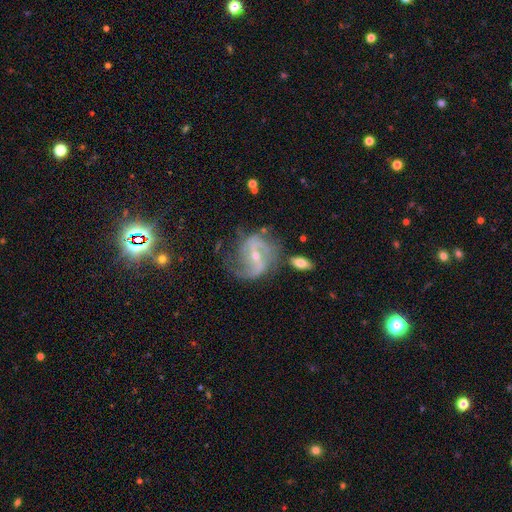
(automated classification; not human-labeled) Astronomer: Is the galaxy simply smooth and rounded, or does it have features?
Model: featured or disk — 85%.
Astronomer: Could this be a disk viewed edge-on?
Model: no — 97%.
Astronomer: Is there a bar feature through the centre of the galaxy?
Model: weak — 42% (runner-up: strong, 36%).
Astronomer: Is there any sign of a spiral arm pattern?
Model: yes — 94%.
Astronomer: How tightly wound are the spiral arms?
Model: medium — 43% (runner-up: loose, 40%).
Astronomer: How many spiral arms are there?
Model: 2 — 69%.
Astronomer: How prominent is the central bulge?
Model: small — 65%.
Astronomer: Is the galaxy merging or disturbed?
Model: none — 55%.